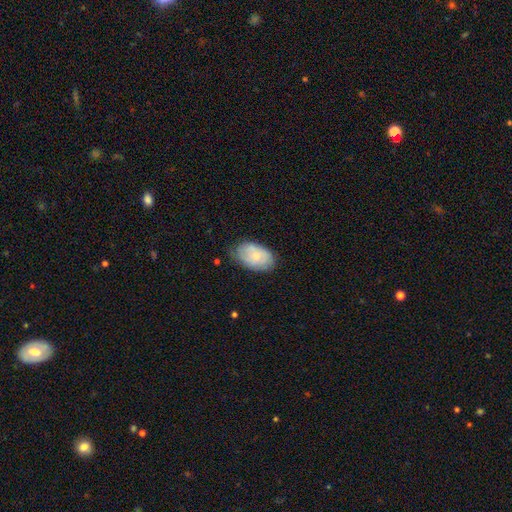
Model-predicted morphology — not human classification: Smooth or featured: smooth — 62% (featured or disk — 31%)
How rounded: in between — 92% (round — 7%)
Merging: none — 64% (minor disturbance — 28%)